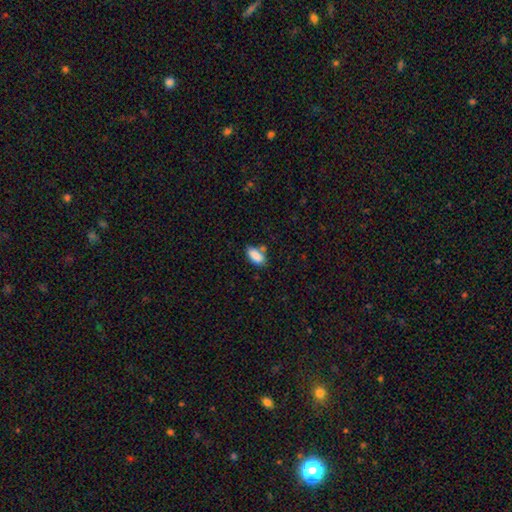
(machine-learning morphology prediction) This is clearly a smooth galaxy (87%). How rounded: clearly in between (90%). Merging: likely none (67%).